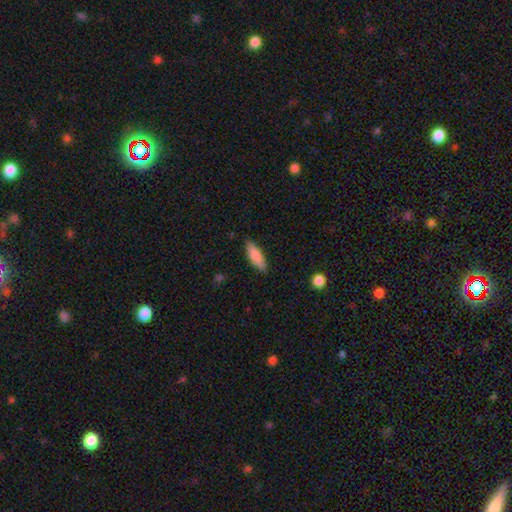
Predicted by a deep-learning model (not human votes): A smooth galaxy with no disk features (81%) that is in between round and cigar-shaped (50%). Merging: none (85%).